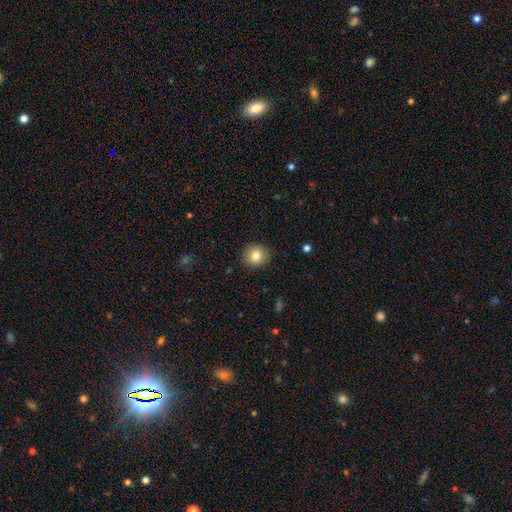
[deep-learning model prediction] smooth-or-featured: smooth: 83% | star or artifact: 10% | featured or disk: 8%
  how-rounded: round: 85% | in between: 14% | cigar-shaped: 1%
  merging: none: 89% | minor disturbance: 8% | major disturbance: 2% | merger: 1%